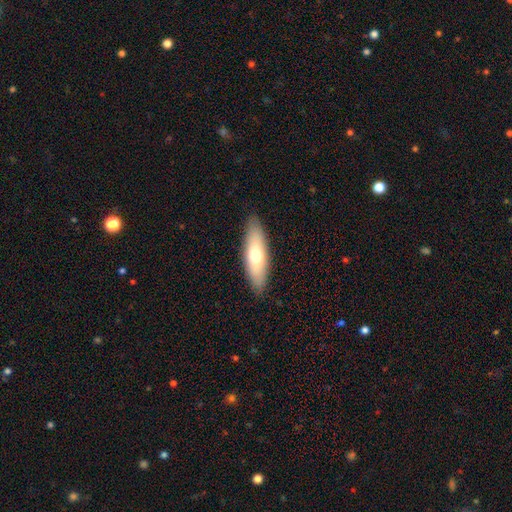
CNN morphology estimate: smooth-or-featured: smooth: 67% | featured or disk: 27% | star or artifact: 6%
  how-rounded: cigar-shaped: 50% | in between: 48% | round: 2%
  merging: none: 89% | minor disturbance: 9% | major disturbance: 2% | merger: 1%